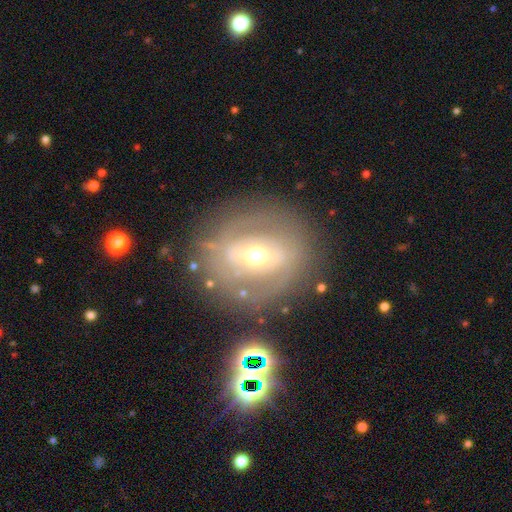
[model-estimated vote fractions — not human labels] Smooth or featured? Predicted: featured or disk (p=0.67). Edge-on disk? Predicted: no (p=0.91). Bar? Predicted: strong (p=0.42). Spiral arms? Predicted: no (p=0.64). Bulge size? Predicted: moderate (p=0.67). Merging? Predicted: none (p=0.75).